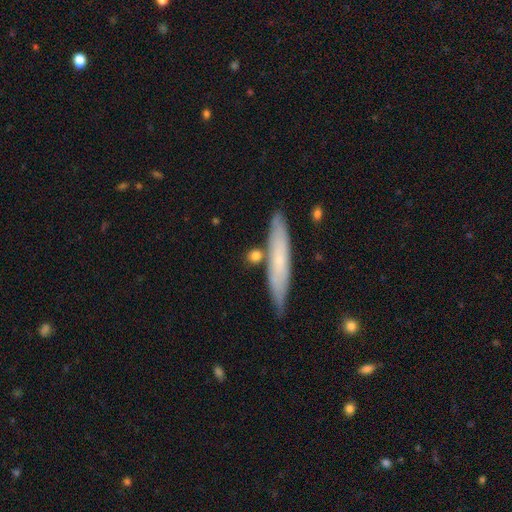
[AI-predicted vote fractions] Smooth or featured? smooth (73%)
How rounded? cigar-shaped (44%)
Merging? none (74%)